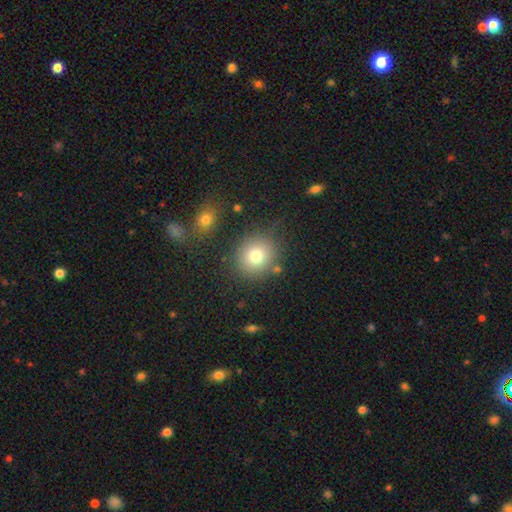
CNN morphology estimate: Smooth or featured: smooth — 77% (star or artifact — 12%)
How rounded: round — 83% (in between — 16%)
Merging: none — 78% (minor disturbance — 11%)